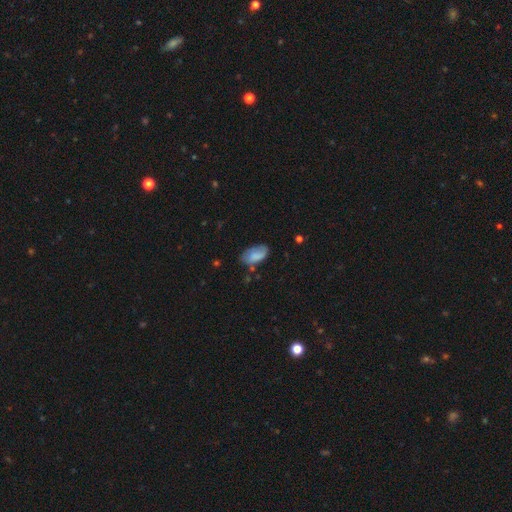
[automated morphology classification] smooth-or-featured: smooth: 75% | featured or disk: 18% | star or artifact: 8%
  how-rounded: in between: 93% | round: 4% | cigar-shaped: 3%
  merging: none: 60% | minor disturbance: 29% | major disturbance: 9% | merger: 3%